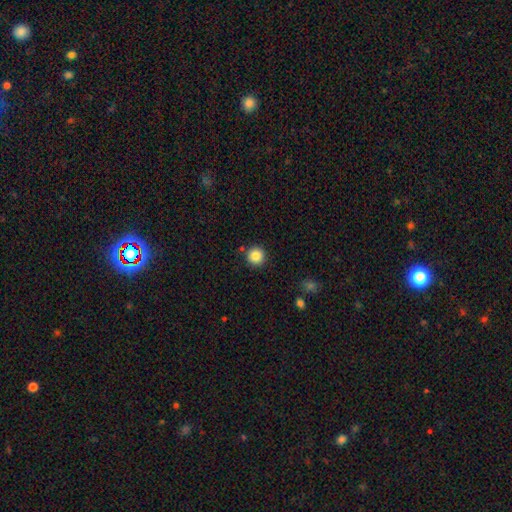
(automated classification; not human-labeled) Smooth or featured? Predicted: smooth (p=0.86). How rounded? Predicted: round (p=0.95). Merging? Predicted: none (p=0.89).